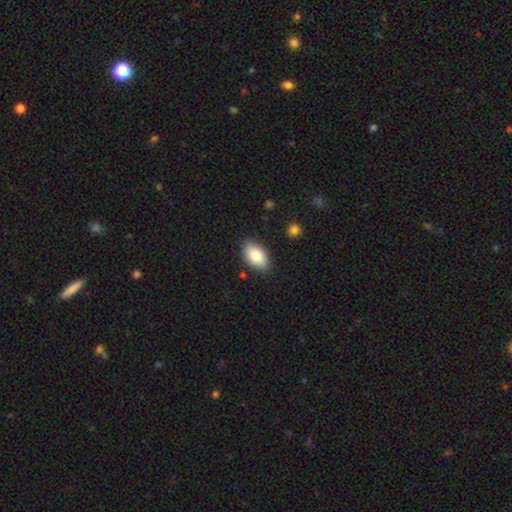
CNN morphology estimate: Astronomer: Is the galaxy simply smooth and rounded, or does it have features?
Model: smooth — 83%.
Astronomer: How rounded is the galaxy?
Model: in between — 93%.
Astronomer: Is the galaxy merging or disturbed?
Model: none — 85%.